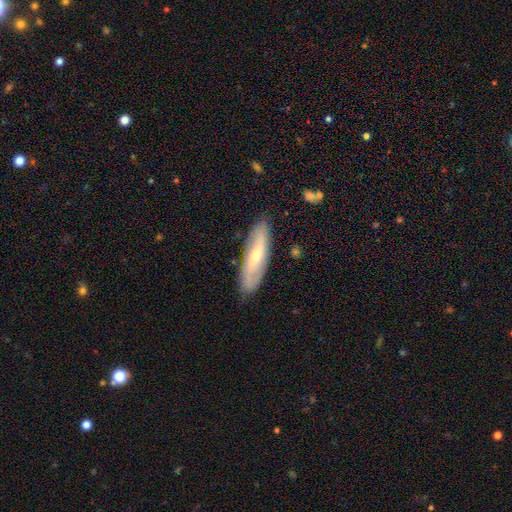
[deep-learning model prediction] Smooth or featured?
  - featured or disk: 55% *
  - smooth: 39%
  - star or artifact: 6%
Edge-on disk?
  - no: 66% *
  - yes: 34%
Merging?
  - none: 84% *
  - minor disturbance: 12%
  - major disturbance: 2%
  - merger: 1%